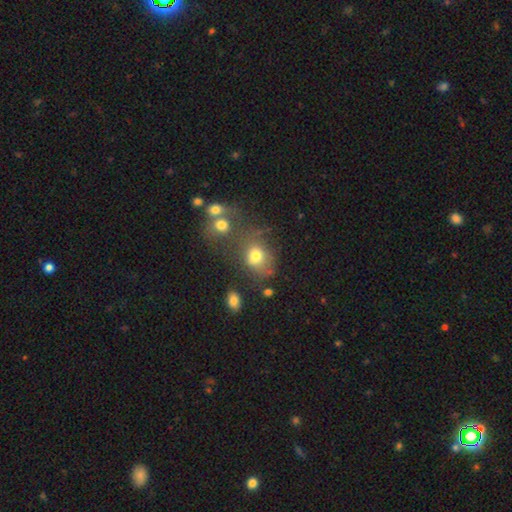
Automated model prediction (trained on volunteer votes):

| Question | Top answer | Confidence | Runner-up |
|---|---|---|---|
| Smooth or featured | smooth | 72% | star or artifact (14%) |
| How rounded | in between | 54% | round (45%) |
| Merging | none | 40% | merger (25%) |